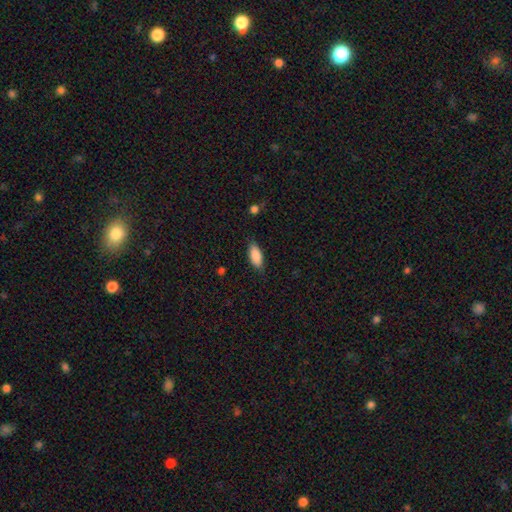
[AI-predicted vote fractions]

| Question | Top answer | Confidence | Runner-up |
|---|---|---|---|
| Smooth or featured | smooth | 88% | star or artifact (6%) |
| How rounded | in between | 85% | cigar-shaped (13%) |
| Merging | none | 82% | minor disturbance (14%) |